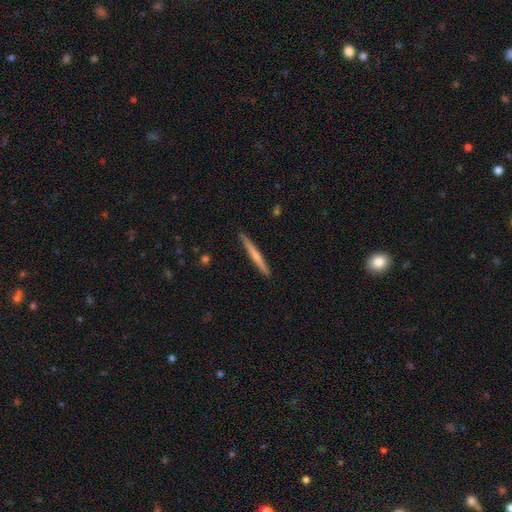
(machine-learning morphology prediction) Smooth or featured? featured or disk (47%, tied with smooth)
Merging? none (91%)